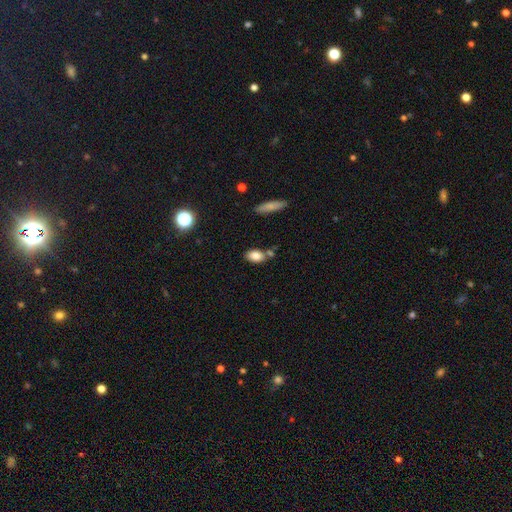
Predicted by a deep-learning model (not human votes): Smooth or featured: smooth — 82% (featured or disk — 10%)
How rounded: in between — 86% (round — 10%)
Merging: none — 67% (merger — 15%)